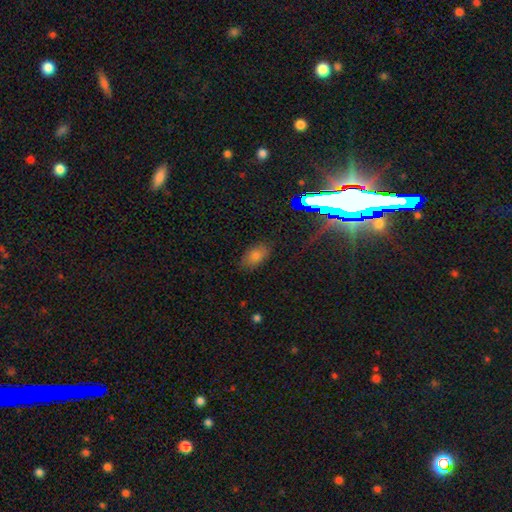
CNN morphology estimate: Smooth or featured? smooth (65%)
How rounded? in between (88%)
Merging? none (80%)